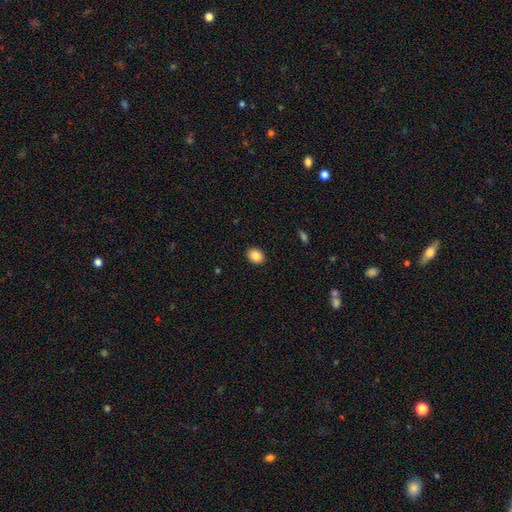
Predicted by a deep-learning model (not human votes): Smooth or featured? Predicted: smooth (p=0.86). How rounded? Predicted: in between (p=0.52). Merging? Predicted: none (p=0.91).